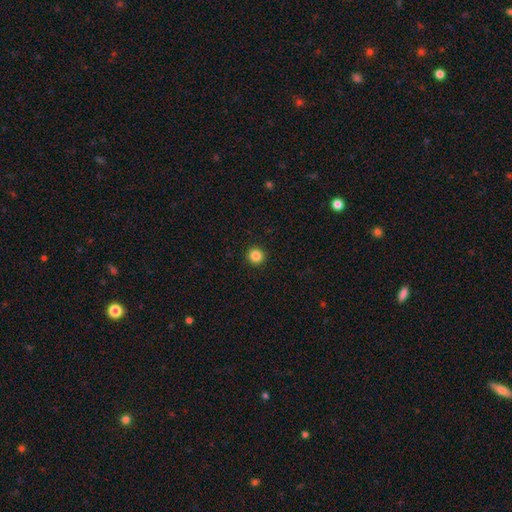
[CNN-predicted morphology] Overall: smooth (86%). How rounded: round (96%). Merging: none (94%).